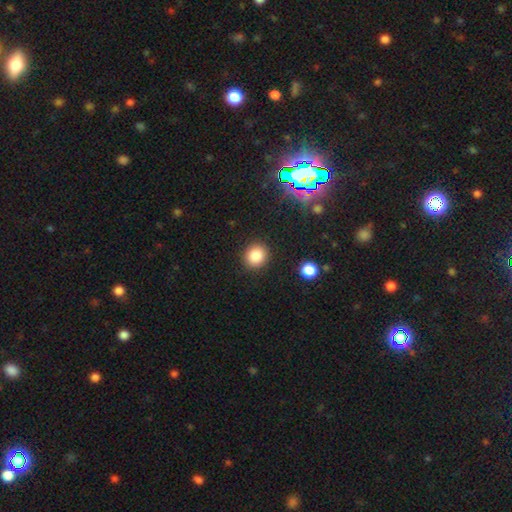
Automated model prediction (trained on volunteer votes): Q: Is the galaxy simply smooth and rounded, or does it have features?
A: smooth — 85%.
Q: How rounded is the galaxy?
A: round — 84%.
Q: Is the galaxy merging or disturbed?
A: none — 90%.